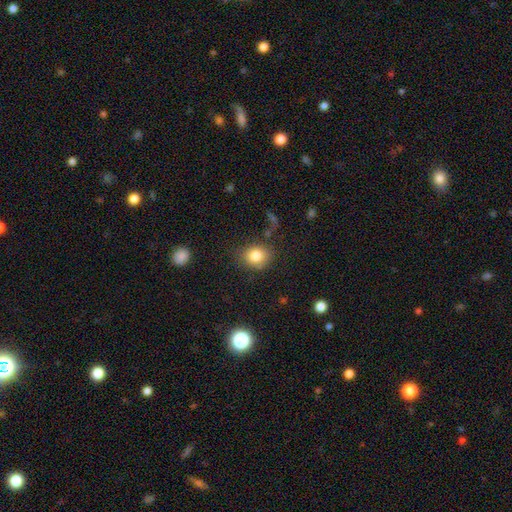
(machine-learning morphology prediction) Smooth or featured: smooth — 81% (star or artifact — 10%)
How rounded: round — 64% (in between — 35%)
Merging: none — 75% (minor disturbance — 16%)